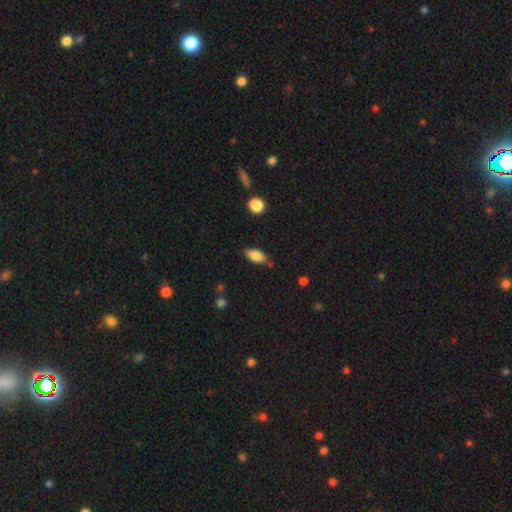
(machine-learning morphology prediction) Smooth or featured? smooth (81%)
How rounded? in between (85%)
Merging? none (76%)